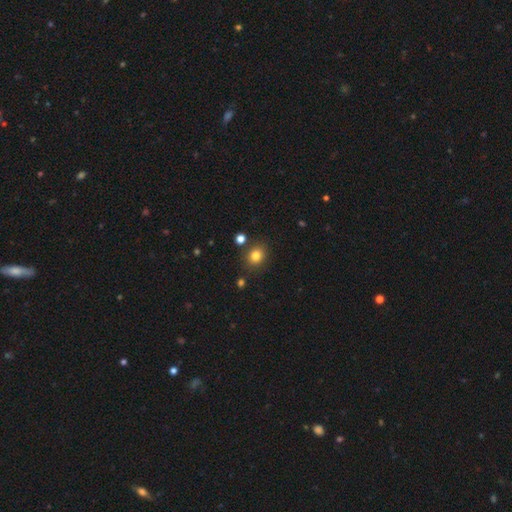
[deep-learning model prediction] A smooth galaxy with no disk features (81%) that is round (71%). Merging: none (83%).